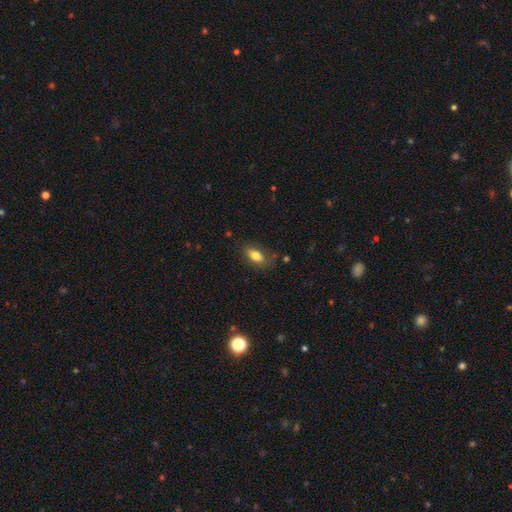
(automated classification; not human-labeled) smooth 78%, featured or disk 14%, star or artifact 8%. Down the decision tree: how rounded — in between (87%); merging — none (67%).